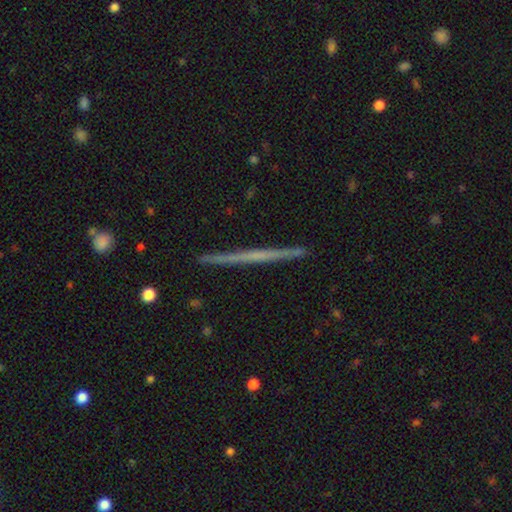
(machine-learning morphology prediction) A featured or disk galaxy (65%) viewed edge-on (98%) with no central bulge (83%). Merging: none (93%).